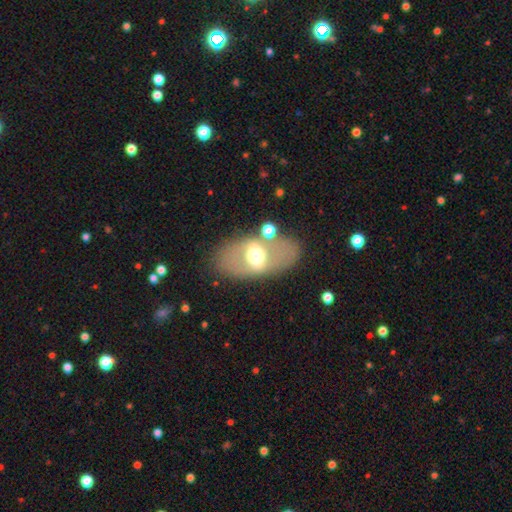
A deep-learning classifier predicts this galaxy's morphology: Smooth or featured?
  - featured or disk: 51% *
  - smooth: 40%
  - star or artifact: 8%
Edge-on disk?
  - no: 84% *
  - yes: 16%
Merging?
  - none: 71% *
  - minor disturbance: 14%
  - merger: 8%
  - major disturbance: 7%